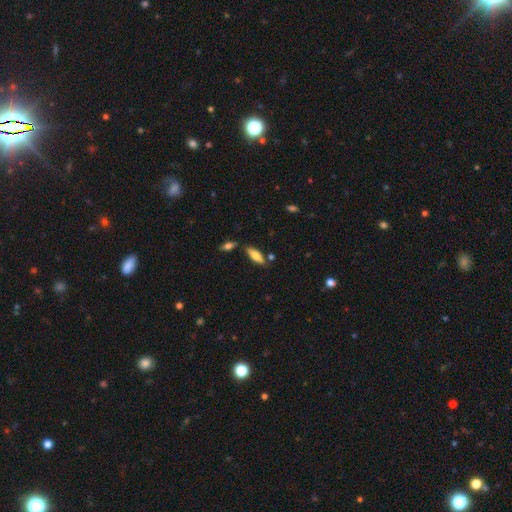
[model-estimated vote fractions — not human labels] This appears to be a smooth galaxy with no disk features (71%) that is in between round and cigar-shaped (55%). Merging: none (75%).